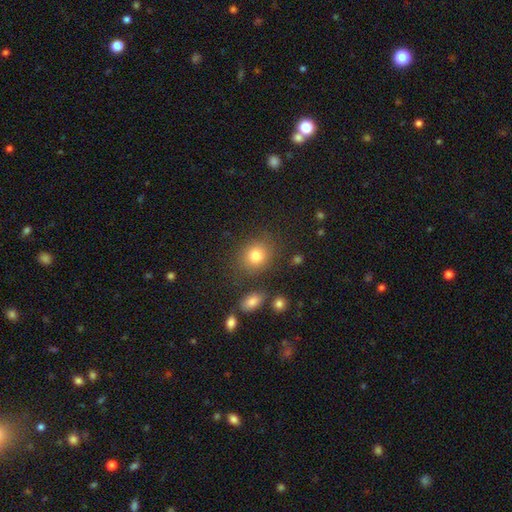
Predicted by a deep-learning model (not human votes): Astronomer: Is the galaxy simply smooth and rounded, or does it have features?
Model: smooth — 80%.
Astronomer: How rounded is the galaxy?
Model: round — 72%.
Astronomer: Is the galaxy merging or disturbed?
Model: none — 79%.